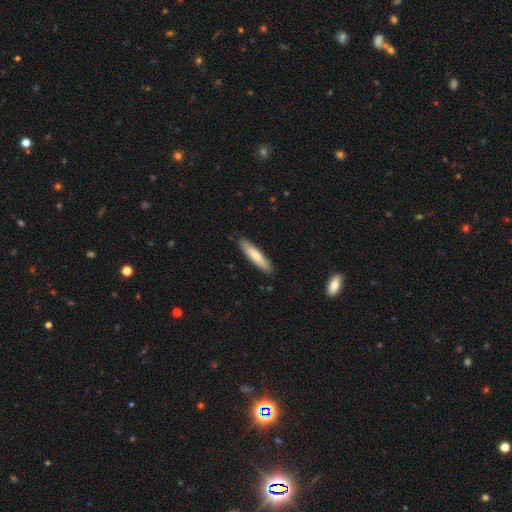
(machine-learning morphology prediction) This is likely a smooth galaxy (76%). How rounded: clearly cigar-shaped (83%). Merging: clearly none (89%).